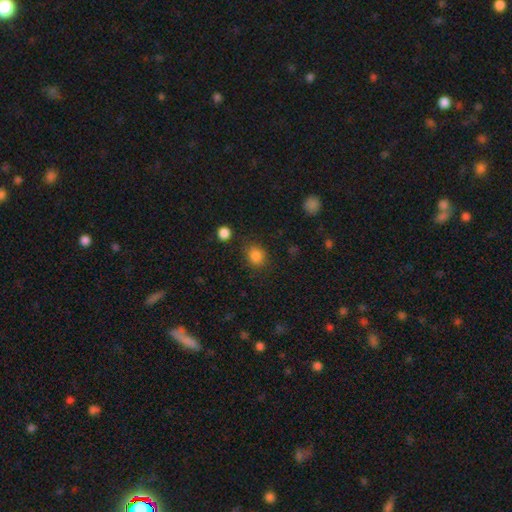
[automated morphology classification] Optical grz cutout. It shows a smooth galaxy with no disk features (84%) that is round (76%). Merging: none (82%).